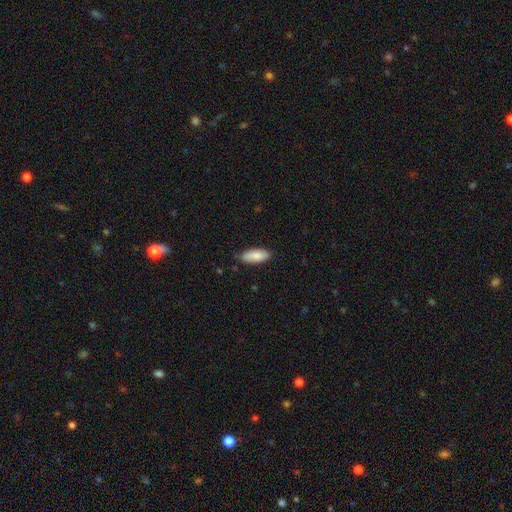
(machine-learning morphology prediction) smooth 85%, featured or disk 9%, star or artifact 6%. Down the decision tree: how rounded — in between (82%); merging — none (81%).